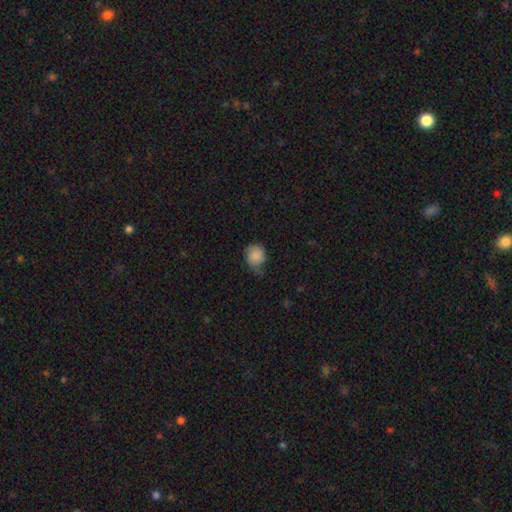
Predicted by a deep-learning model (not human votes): Morphology: type=smooth (84%); roundness=round (71%); merging=none (44%).